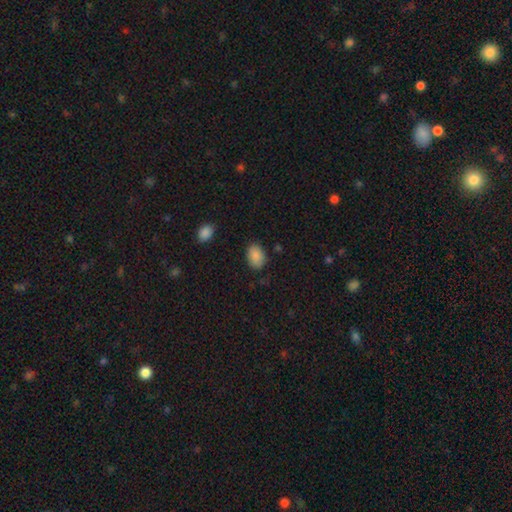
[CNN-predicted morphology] type=smooth (88%); roundness=in between (83%); merging=none (82%).